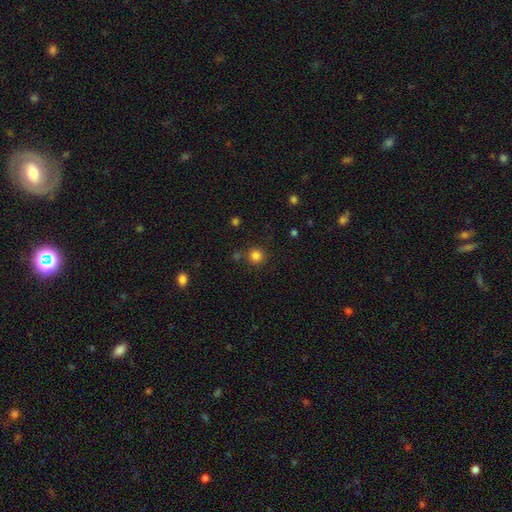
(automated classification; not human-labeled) Smooth or featured: smooth — 82% (star or artifact — 13%)
How rounded: round — 94% (in between — 5%)
Merging: none — 83% (minor disturbance — 8%)